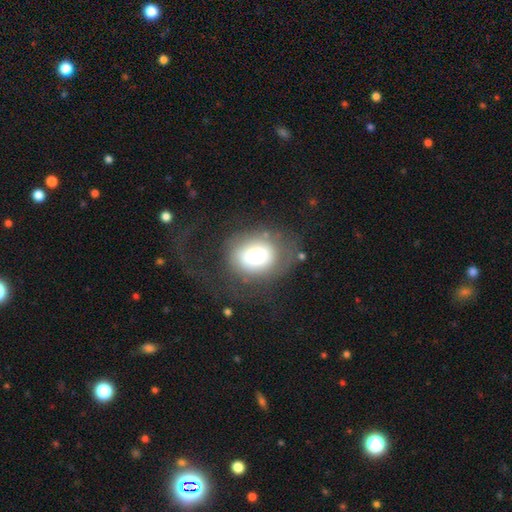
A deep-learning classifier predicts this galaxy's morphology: Overall: smooth (63%; featured or disk 27%). How rounded: round (66%; in between 33%). Merging: none (52%; major disturbance 25%).